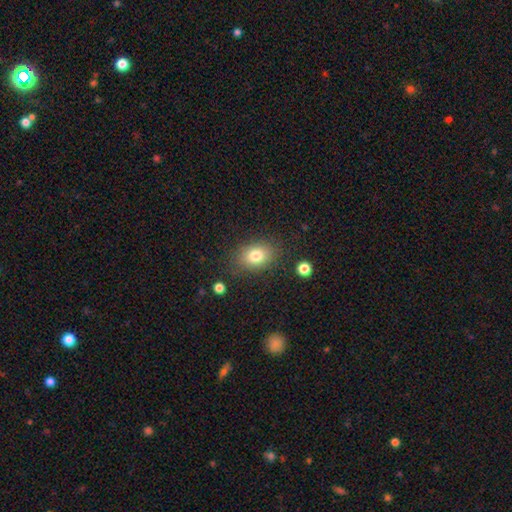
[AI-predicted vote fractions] Overall: smooth (79%). How rounded: in between (74%). Merging: none (82%).